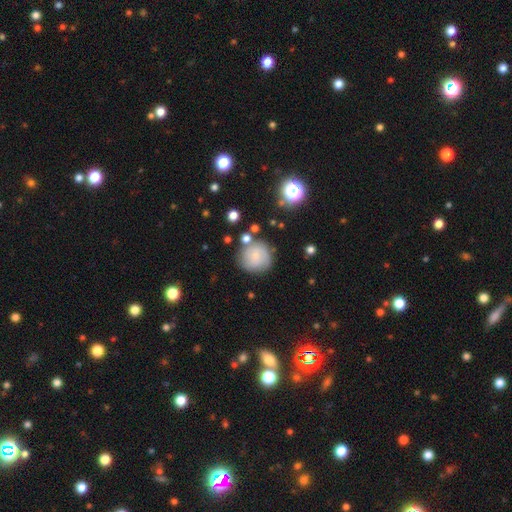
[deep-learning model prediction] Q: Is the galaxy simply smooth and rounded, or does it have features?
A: smooth — 65%.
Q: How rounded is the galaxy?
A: round — 90%.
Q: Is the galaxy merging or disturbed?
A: none — 70%.